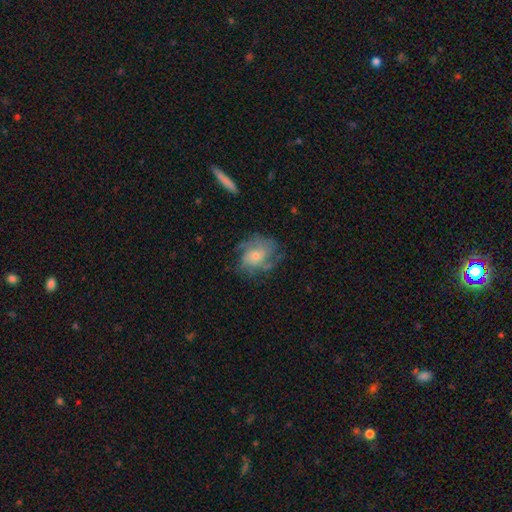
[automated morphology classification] smooth_or_featured: featured or disk (p=0.72) [alt: smooth p=0.21]
disk_edge_on: no (p=0.97) [alt: yes p=0.03]
bar: no (p=0.78) [alt: weak p=0.19]
has_spiral_arms: yes (p=0.87) [alt: no p=0.13]
spiral_winding: tight (p=0.42) [alt: medium p=0.41]
spiral_arm_count: can't tell (p=0.36) [alt: 3 p=0.22]
bulge_size: small (p=0.57) [alt: moderate p=0.35]
merging: none (p=0.63) [alt: minor disturbance p=0.21]